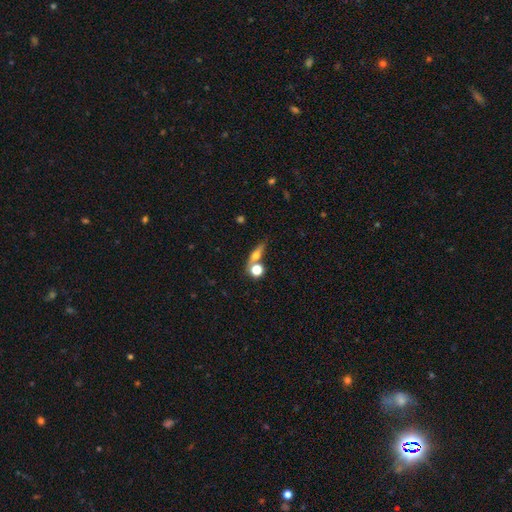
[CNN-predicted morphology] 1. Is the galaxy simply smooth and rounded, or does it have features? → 57% smooth, 31% featured or disk, 13% star or artifact.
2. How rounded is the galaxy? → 39% in between, 36% cigar-shaped, 26% round.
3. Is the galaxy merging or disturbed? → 54% none, 29% merger, 11% minor disturbance, 6% major disturbance.